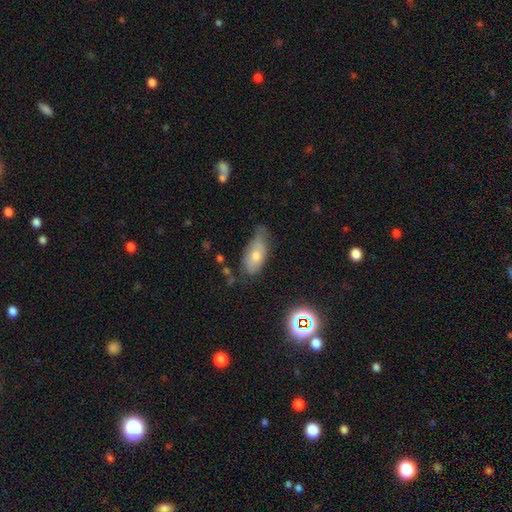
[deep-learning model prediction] Smooth or featured? Predicted: smooth (p=0.64). How rounded? Predicted: in between (p=0.85). Merging? Predicted: none (p=0.46).